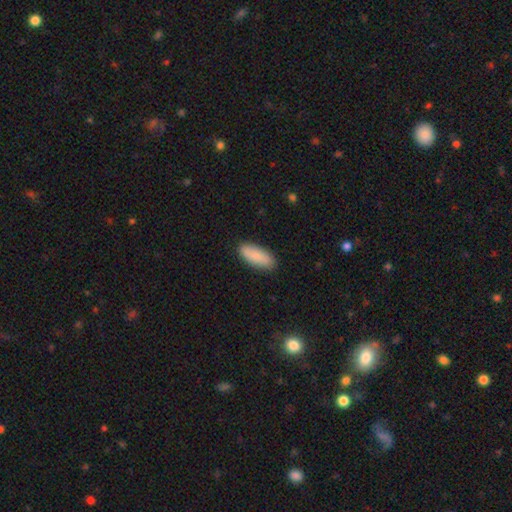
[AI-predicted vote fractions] A smooth galaxy with no disk features (83%) that is in between round and cigar-shaped (80%).

Vote fractions:
- Smooth or featured? smooth: 83% / featured or disk: 11% / star or artifact: 6%
- How rounded? in between: 80% / cigar-shaped: 18% / round: 2%
- Merging? none: 88% / minor disturbance: 9% / major disturbance: 2% / merger: 1%